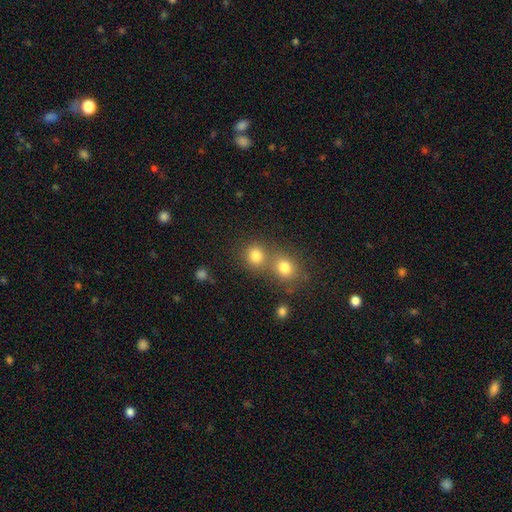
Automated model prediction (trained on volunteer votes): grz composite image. It shows a smooth galaxy with no disk features (80%) that is round (83%). Merging: none (50%).